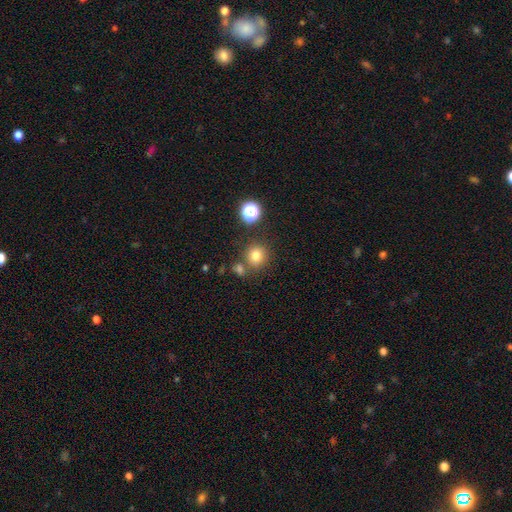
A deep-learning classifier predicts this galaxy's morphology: This is likely a smooth galaxy (78%). How rounded: clearly round (89%). Merging: likely none (75%).